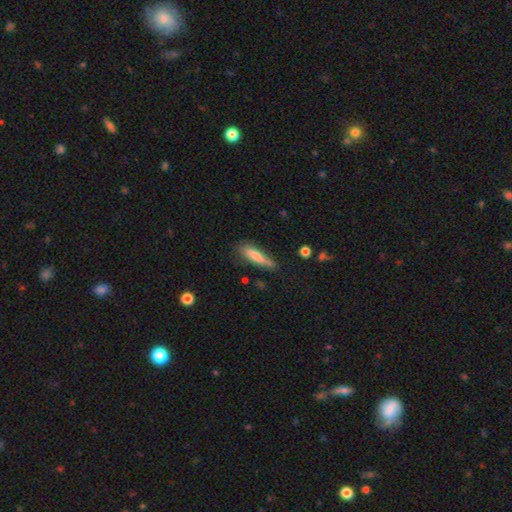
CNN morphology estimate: A smooth galaxy with no disk features (73%) that is cigar-shaped (74%).

Vote fractions:
- Smooth or featured? smooth: 73% / featured or disk: 20% / star or artifact: 7%
- How rounded? cigar-shaped: 74% / in between: 24% / round: 2%
- Merging? none: 58% / minor disturbance: 30% / major disturbance: 9% / merger: 3%